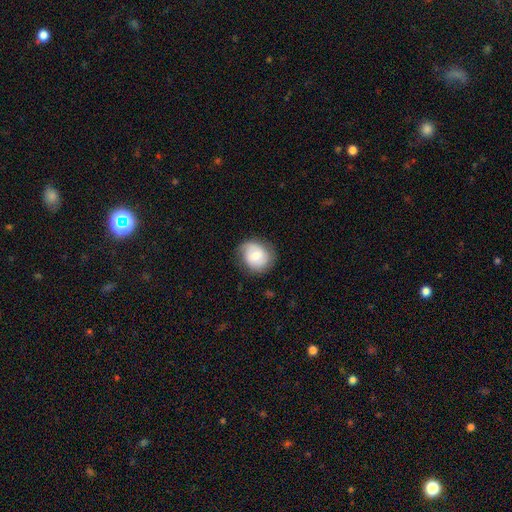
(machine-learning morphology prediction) smooth_or_featured: smooth (p=0.60) [alt: featured or disk p=0.32]
how_rounded: round (p=0.66) [alt: in between p=0.33]
merging: none (p=0.74) [alt: minor disturbance p=0.19]